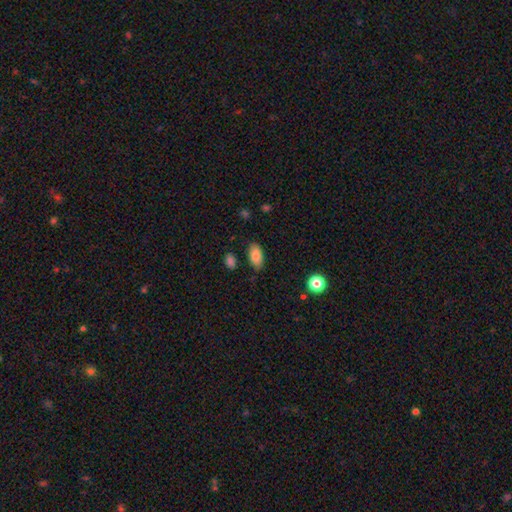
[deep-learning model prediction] A smooth galaxy with no disk features (85%) that is in between round and cigar-shaped (92%). Merging: none (82%).